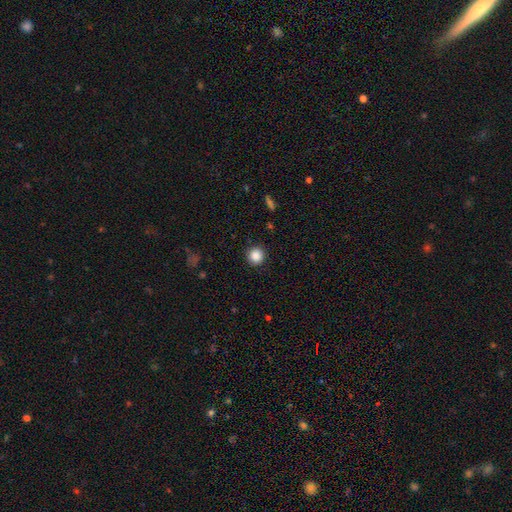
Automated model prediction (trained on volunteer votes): A smooth galaxy with no disk features (87%) that is round (94%). Merging: none (91%).